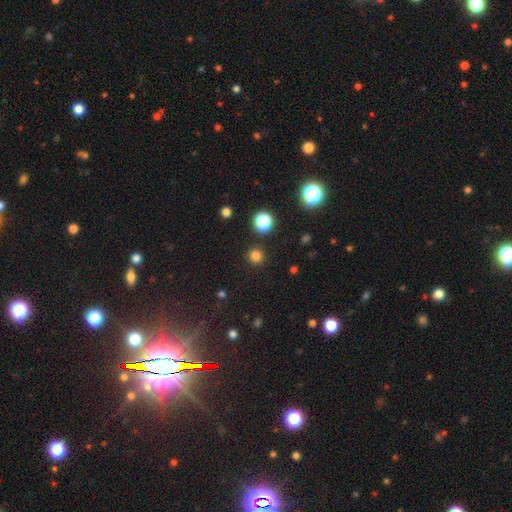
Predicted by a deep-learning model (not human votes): Smooth or featured?
  - smooth: 79% *
  - star or artifact: 18%
  - featured or disk: 4%
How rounded?
  - round: 94% *
  - in between: 5%
  - cigar-shaped: 1%
Merging?
  - none: 90% *
  - minor disturbance: 5%
  - major disturbance: 2%
  - merger: 2%